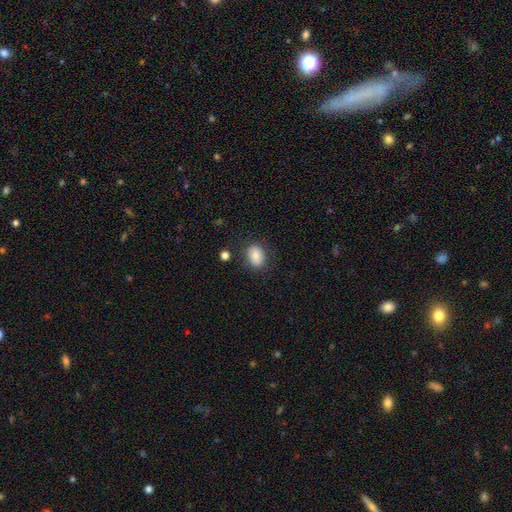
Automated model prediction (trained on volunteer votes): Overall: smooth (80%). How rounded: in between (66%; round 33%). Merging: none (80%).